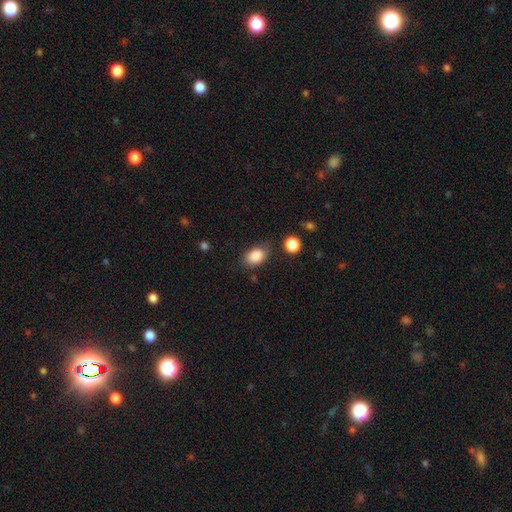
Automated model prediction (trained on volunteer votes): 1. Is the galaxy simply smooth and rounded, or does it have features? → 87% smooth, 8% star or artifact, 5% featured or disk.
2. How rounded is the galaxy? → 83% in between, 15% round, 1% cigar-shaped.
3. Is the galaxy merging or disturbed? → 72% none, 19% minor disturbance, 5% major disturbance, 4% merger.